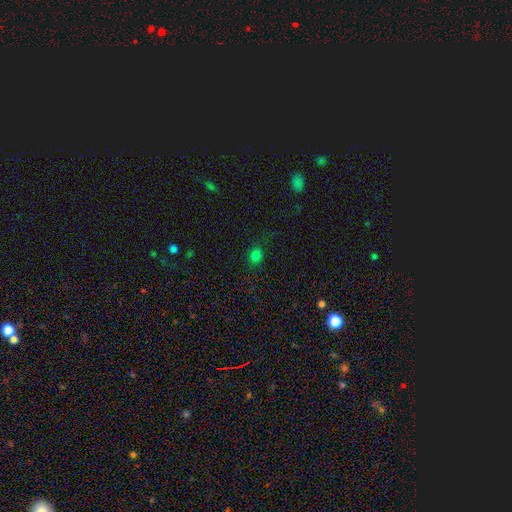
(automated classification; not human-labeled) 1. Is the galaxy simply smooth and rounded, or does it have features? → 78% smooth, 18% star or artifact, 4% featured or disk.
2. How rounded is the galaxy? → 69% round, 30% in between, 1% cigar-shaped.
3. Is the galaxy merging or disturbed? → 84% none, 11% minor disturbance, 4% major disturbance, 1% merger.